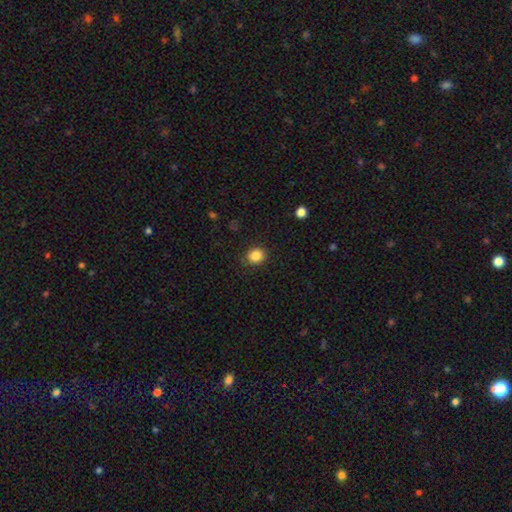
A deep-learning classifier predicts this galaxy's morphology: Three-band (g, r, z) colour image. It shows a smooth galaxy with no disk features (86%) that is round (66%). Merging: none (85%).